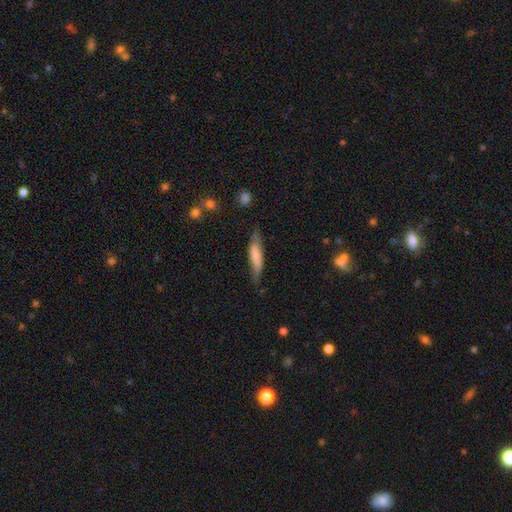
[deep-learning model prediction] Morphology: type=smooth (63%); roundness=cigar-shaped (74%); merging=none (63%).